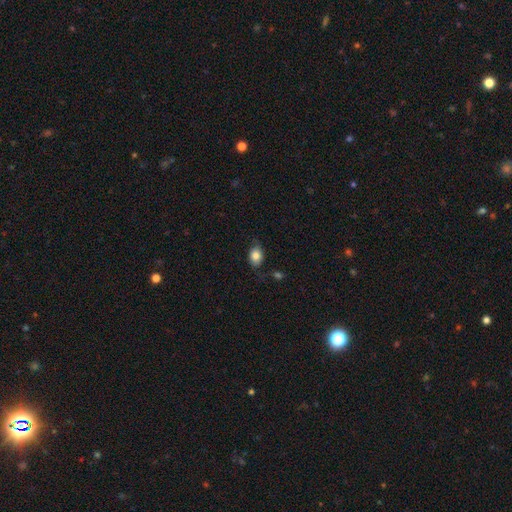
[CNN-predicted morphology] Smooth or featured? smooth (80%)
How rounded? in between (74%)
Merging? none (70%)